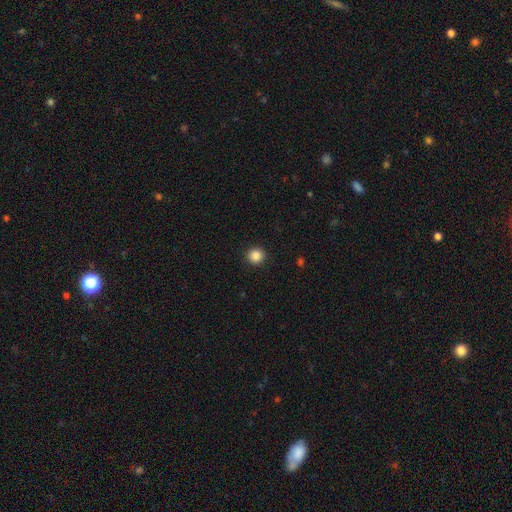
Q: Smooth or featured?
A: smooth (90%); runner-up: featured or disk (5%)
Q: How rounded?
A: round (97%); runner-up: in between (3%)
Q: Merging?
A: none (92%); runner-up: major disturbance (5%)